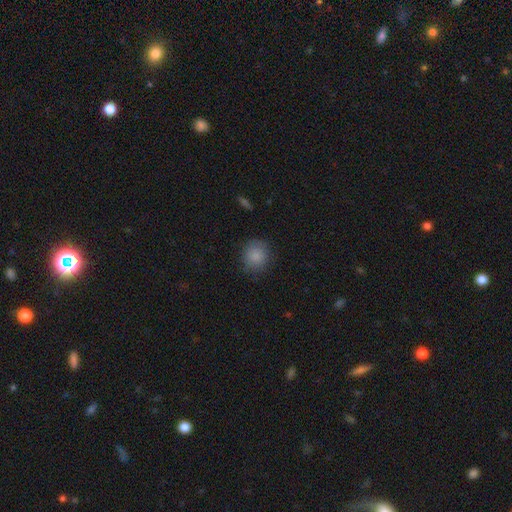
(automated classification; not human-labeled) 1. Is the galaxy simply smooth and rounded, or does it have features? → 87% smooth, 9% star or artifact, 4% featured or disk.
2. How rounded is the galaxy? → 87% round, 12% in between, 1% cigar-shaped.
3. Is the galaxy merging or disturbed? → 83% none, 12% minor disturbance, 4% major disturbance, 1% merger.